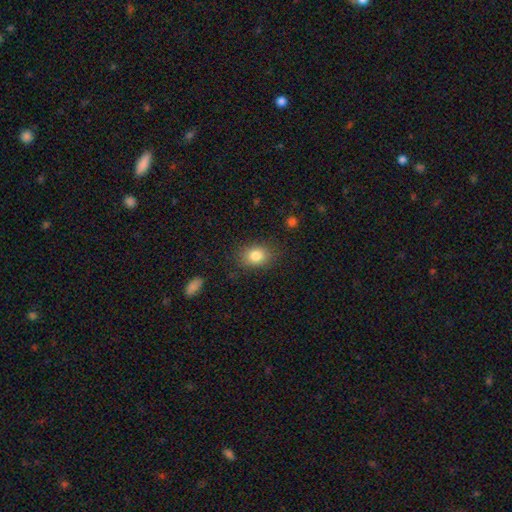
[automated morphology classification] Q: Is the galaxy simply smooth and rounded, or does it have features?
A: smooth — 83%.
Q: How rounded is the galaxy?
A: in between — 59%.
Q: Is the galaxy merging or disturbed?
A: none — 82%.